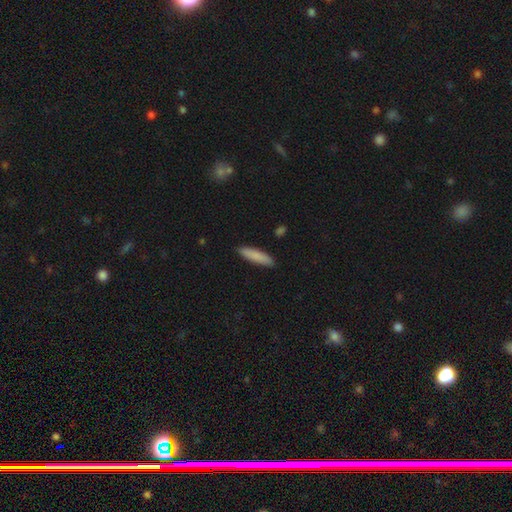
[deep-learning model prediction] smooth_or_featured: smooth (p=0.85) [alt: featured or disk p=0.09]
how_rounded: cigar-shaped (p=0.77) [alt: in between p=0.21]
merging: none (p=0.90) [alt: minor disturbance p=0.08]